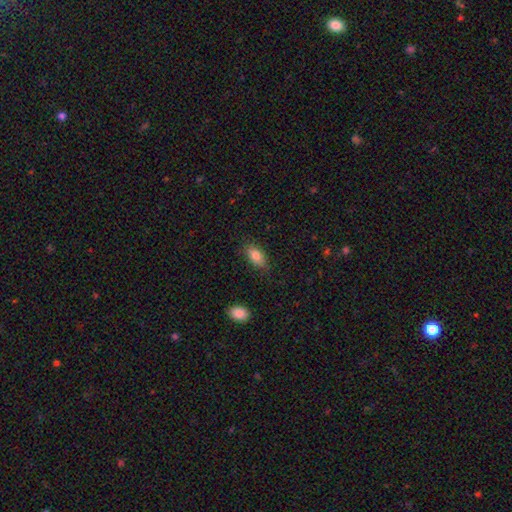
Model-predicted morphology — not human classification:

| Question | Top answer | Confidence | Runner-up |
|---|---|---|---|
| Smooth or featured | smooth | 82% | featured or disk (10%) |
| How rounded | in between | 89% | cigar-shaped (7%) |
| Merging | none | 82% | minor disturbance (14%) |